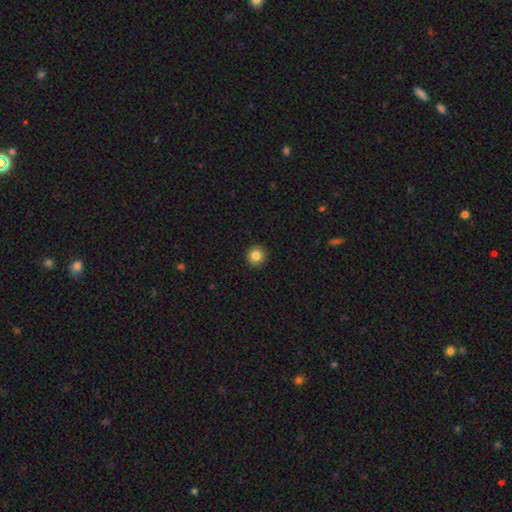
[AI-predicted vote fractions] Q: Smooth or featured?
A: smooth (84%); runner-up: star or artifact (10%)
Q: How rounded?
A: round (94%); runner-up: in between (5%)
Q: Merging?
A: none (93%); runner-up: minor disturbance (5%)